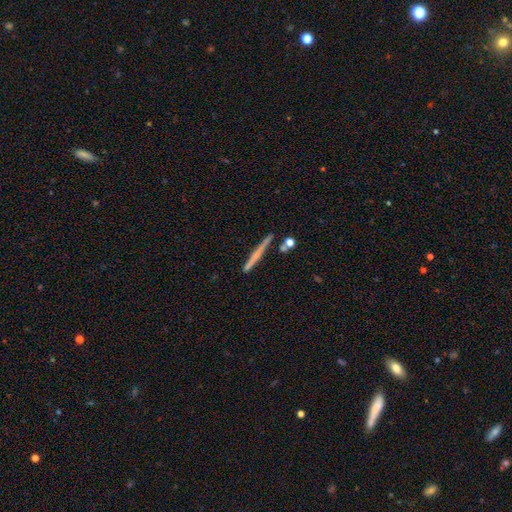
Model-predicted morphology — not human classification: A smooth galaxy with no disk features (47%).

Vote fractions:
- Smooth or featured? smooth: 47% / featured or disk: 46% / star or artifact: 7%
- Merging? none: 86% / minor disturbance: 8% / merger: 4% / major disturbance: 2%